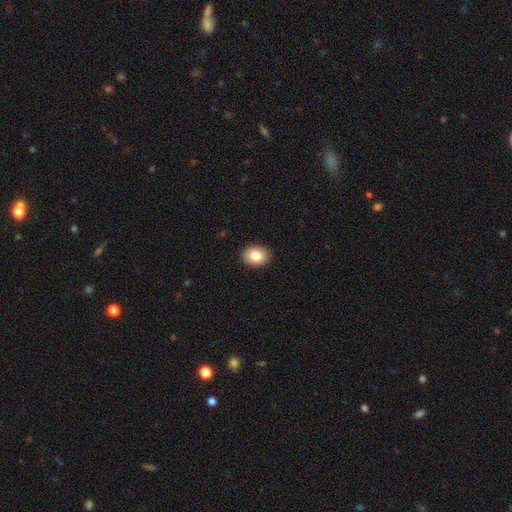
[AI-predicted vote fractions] Smooth or featured: smooth — 85% (star or artifact — 8%)
How rounded: in between — 50% (round — 49%)
Merging: none — 91% (minor disturbance — 6%)